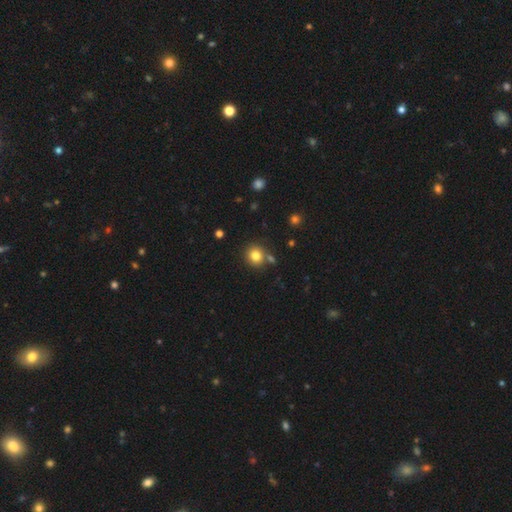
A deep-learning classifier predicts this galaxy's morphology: smooth-or-featured: smooth: 81% | star or artifact: 12% | featured or disk: 7%
  how-rounded: round: 87% | in between: 12% | cigar-shaped: 1%
  merging: none: 77% | merger: 11% | minor disturbance: 9% | major disturbance: 3%